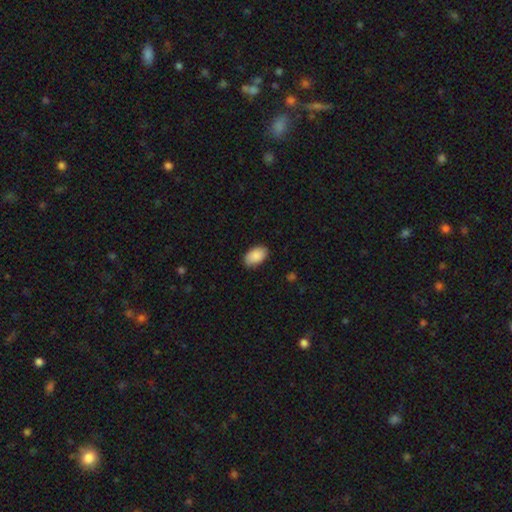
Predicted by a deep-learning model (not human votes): Smooth or featured? Predicted: smooth (p=0.90). How rounded? Predicted: in between (p=0.94). Merging? Predicted: none (p=0.84).